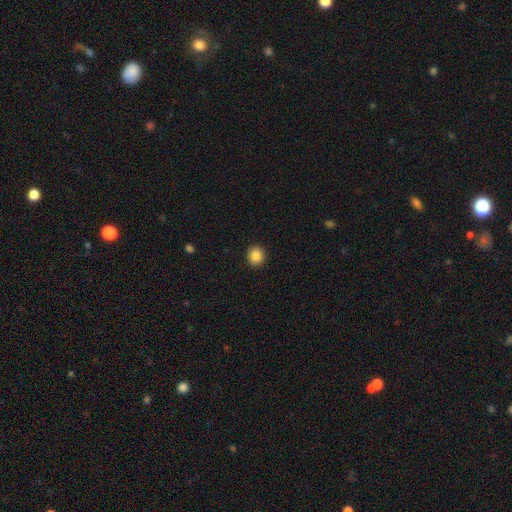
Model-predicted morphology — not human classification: type=smooth (86%); roundness=round (81%); merging=none (92%).